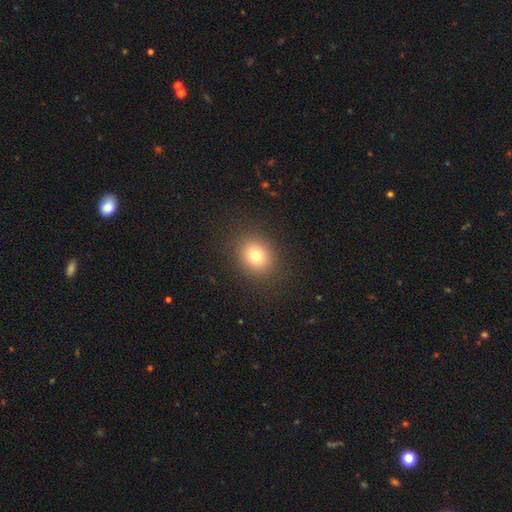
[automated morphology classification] Q: Smooth or featured?
A: smooth (77%); runner-up: star or artifact (14%)
Q: How rounded?
A: round (73%); runner-up: in between (26%)
Q: Merging?
A: none (89%); runner-up: minor disturbance (7%)